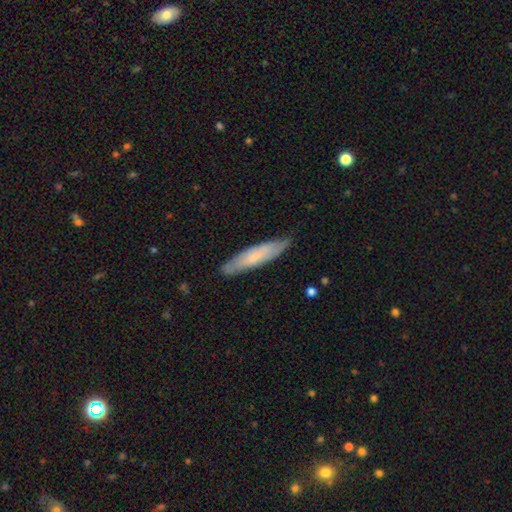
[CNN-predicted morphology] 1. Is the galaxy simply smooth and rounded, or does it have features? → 59% smooth, 35% featured or disk, 6% star or artifact.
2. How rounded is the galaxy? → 82% cigar-shaped, 16% in between, 1% round.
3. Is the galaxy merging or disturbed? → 85% none, 12% minor disturbance, 2% major disturbance, 1% merger.